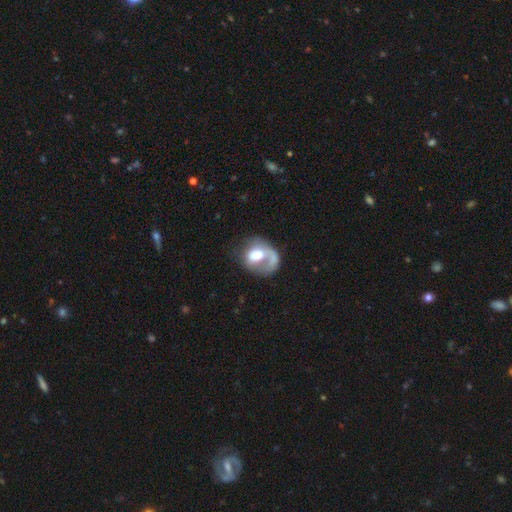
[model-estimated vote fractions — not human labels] A featured or disk galaxy (48%).

Vote fractions:
- Smooth or featured? featured or disk: 48% / smooth: 44% / star or artifact: 7%
- Merging? major disturbance: 41% / none: 30% / minor disturbance: 20% / merger: 9%